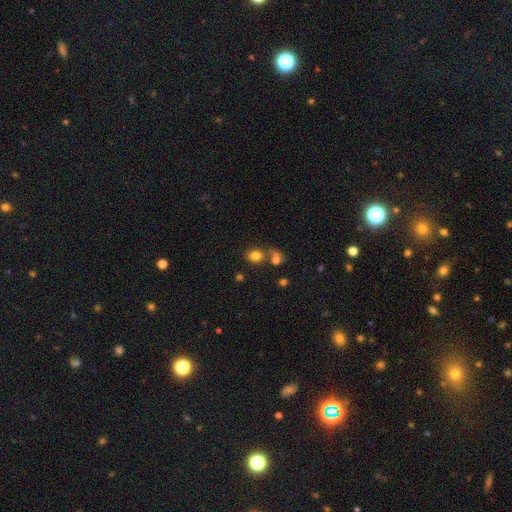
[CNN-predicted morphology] Smooth or featured?
  - smooth: 80% *
  - star or artifact: 13%
  - featured or disk: 7%
How rounded?
  - round: 66% *
  - in between: 33%
  - cigar-shaped: 1%
Merging?
  - none: 62% *
  - merger: 22%
  - minor disturbance: 11%
  - major disturbance: 4%